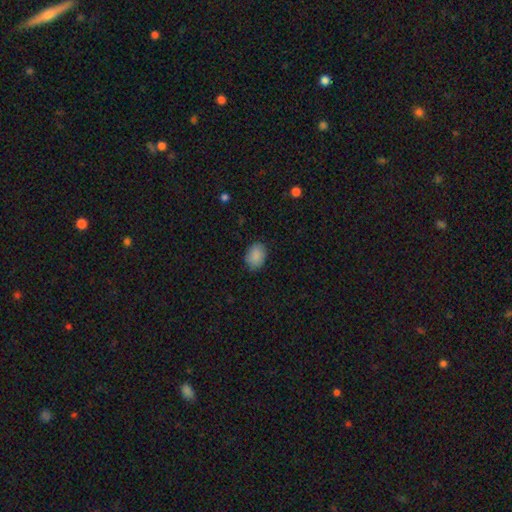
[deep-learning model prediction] Smooth or featured? Predicted: smooth (p=0.89). How rounded? Predicted: in between (p=0.71). Merging? Predicted: none (p=0.84).